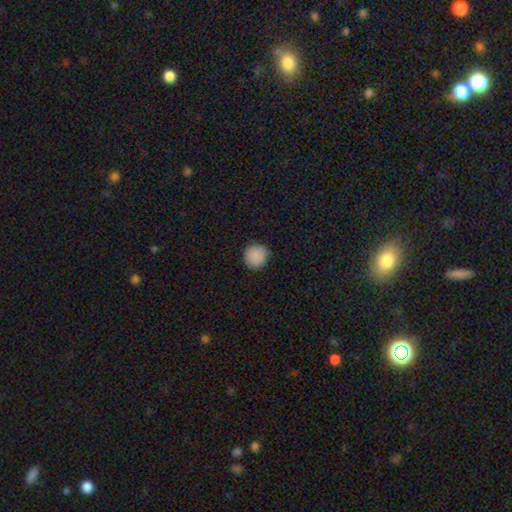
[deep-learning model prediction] Overall: smooth (89%). How rounded: round (93%). Merging: none (87%).